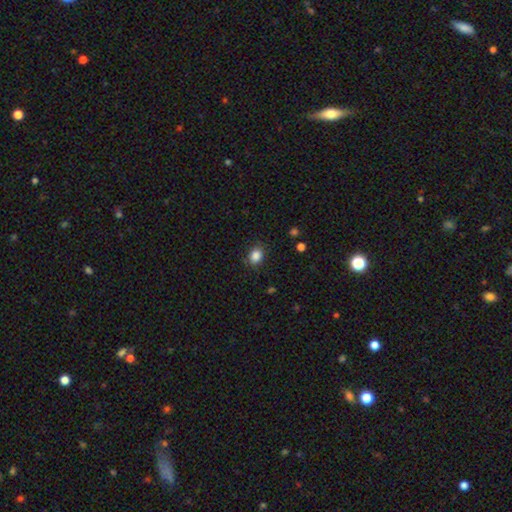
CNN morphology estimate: Smooth or featured? Predicted: smooth (p=0.86). How rounded? Predicted: round (p=0.50). Merging? Predicted: none (p=0.84).